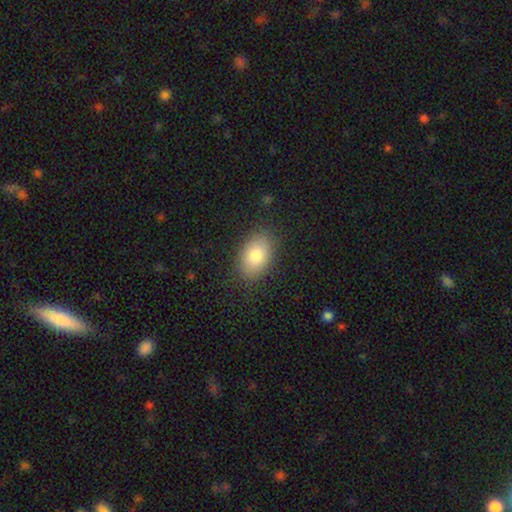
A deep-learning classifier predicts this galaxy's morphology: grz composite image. It shows a smooth galaxy with no disk features (82%) that is in between round and cigar-shaped (89%). Merging: none (85%).